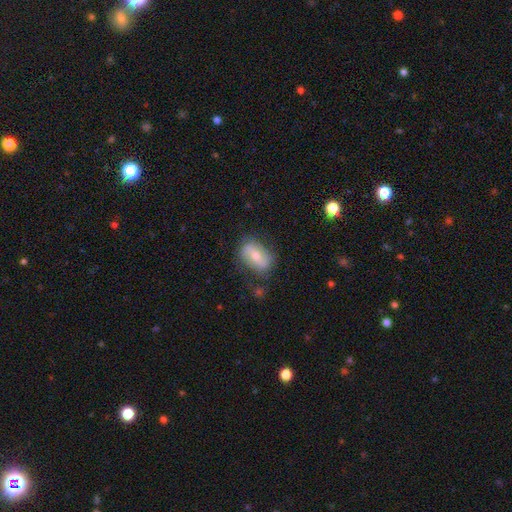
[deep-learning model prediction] Smooth or featured? smooth (47%)
Merging? none (70%)